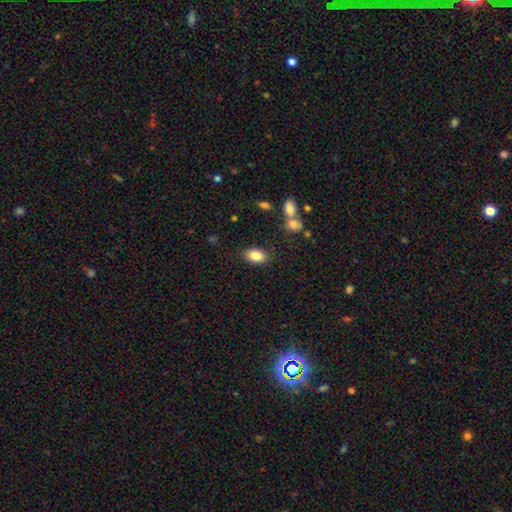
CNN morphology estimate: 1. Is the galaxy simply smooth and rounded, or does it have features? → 83% smooth, 8% star or artifact, 8% featured or disk.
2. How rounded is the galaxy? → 89% in between, 9% round, 2% cigar-shaped.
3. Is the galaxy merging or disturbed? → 84% none, 10% minor disturbance, 3% major disturbance, 3% merger.